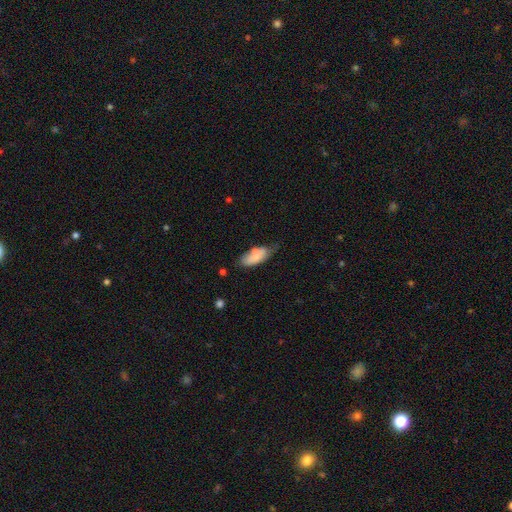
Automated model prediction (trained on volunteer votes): Overall: smooth (74%). How rounded: in between (85%). Merging: none (46%; minor disturbance 34%).